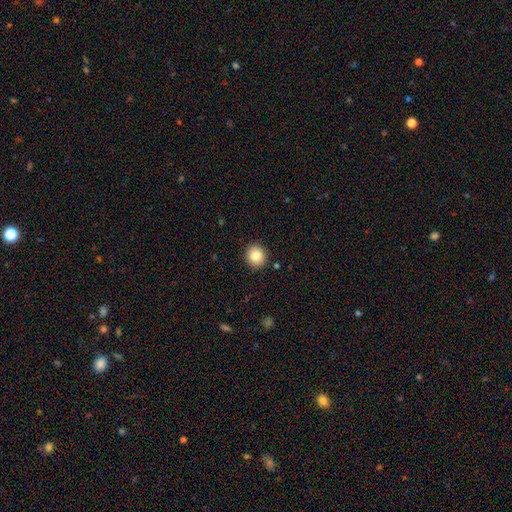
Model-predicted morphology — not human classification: The model was most divided on "smooth or featured": smooth: 83%, star or artifact: 9%, featured or disk: 8%. More confident: merging — none (91%); how rounded — round (87%).